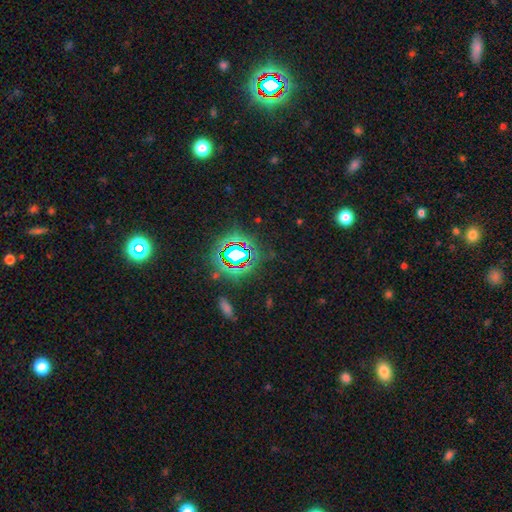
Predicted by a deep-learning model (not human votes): This is likely a star or artifact rather than a galaxy (78%).